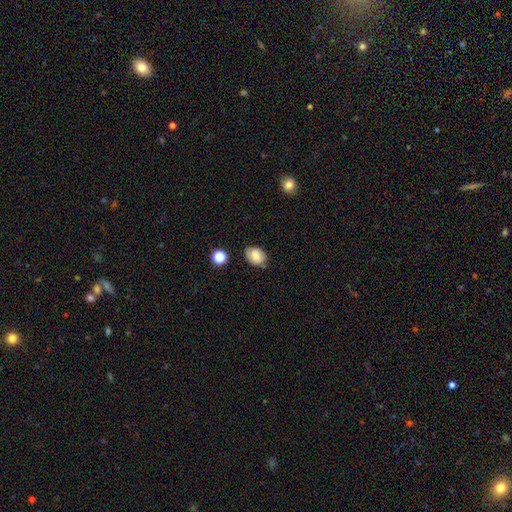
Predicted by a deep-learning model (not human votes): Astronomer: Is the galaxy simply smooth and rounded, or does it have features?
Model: smooth — 80%.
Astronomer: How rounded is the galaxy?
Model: in between — 73%.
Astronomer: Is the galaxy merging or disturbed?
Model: none — 76%.